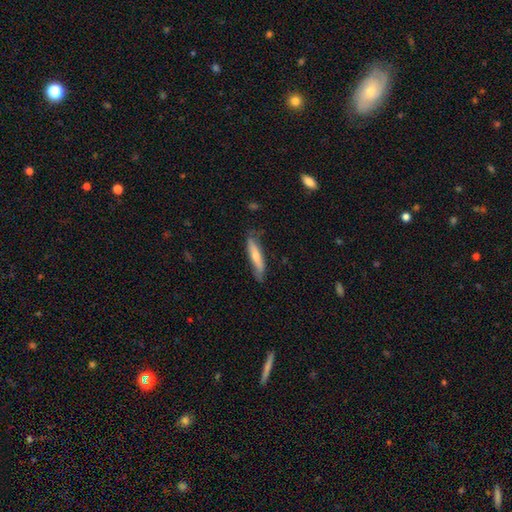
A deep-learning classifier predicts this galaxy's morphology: smooth 53%, featured or disk 41%, star or artifact 6%. Down the decision tree: how rounded — cigar-shaped (87%); merging — none (70%).